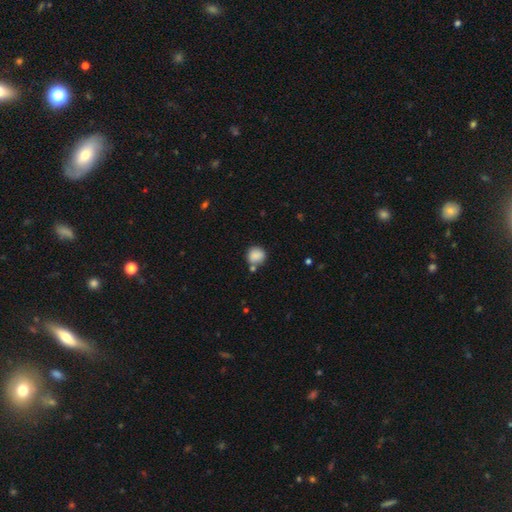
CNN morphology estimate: smooth_or_featured: smooth (p=0.86) [alt: star or artifact p=0.09]
how_rounded: round (p=0.83) [alt: in between p=0.16]
merging: none (p=0.66) [alt: minor disturbance p=0.15]